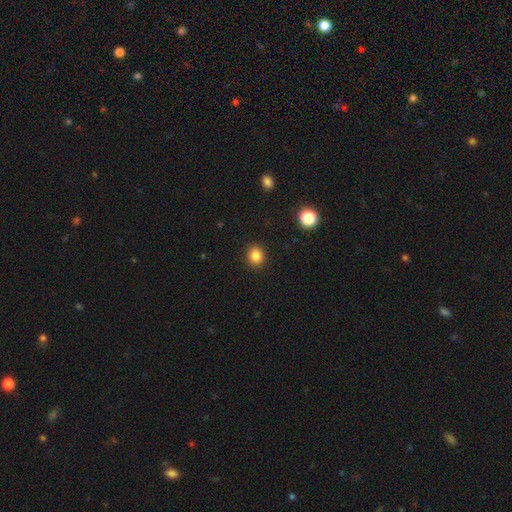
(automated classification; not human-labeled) smooth 85%, star or artifact 11%, featured or disk 4%. Down the decision tree: how rounded — round (79%); merging — none (91%).